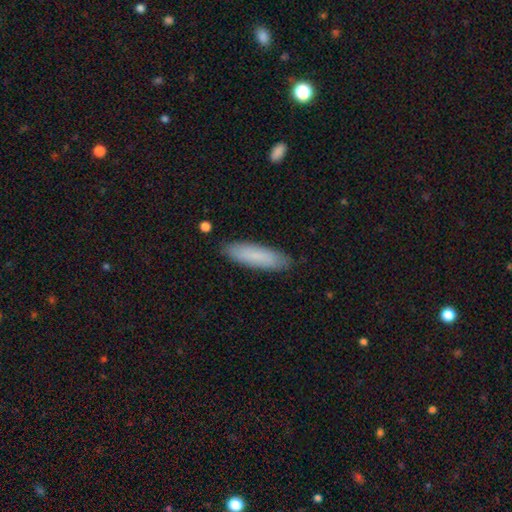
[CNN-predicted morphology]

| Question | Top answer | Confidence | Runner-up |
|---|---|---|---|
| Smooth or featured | smooth | 83% | featured or disk (11%) |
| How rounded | cigar-shaped | 64% | in between (35%) |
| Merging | none | 87% | minor disturbance (10%) |